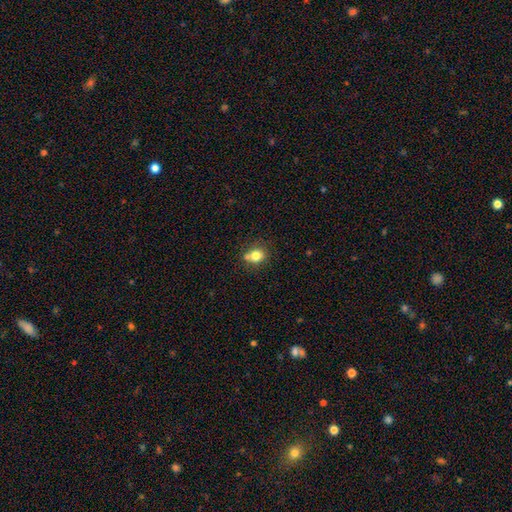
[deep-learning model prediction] Smooth or featured? smooth (78%)
How rounded? round (70%)
Merging? none (60%)